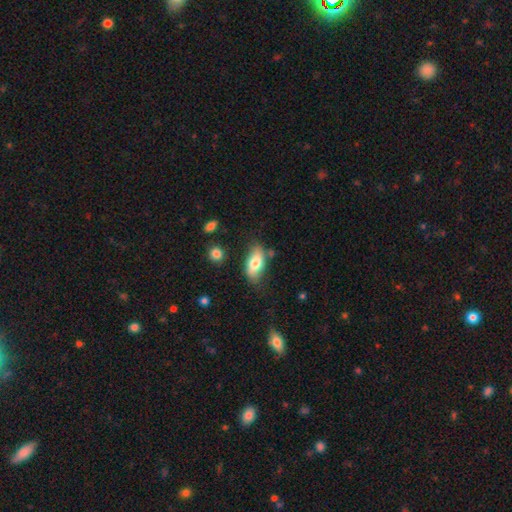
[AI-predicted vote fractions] smooth 66%, featured or disk 25%, star or artifact 8%. Down the decision tree: how rounded — in between (84%); merging — none (70%).